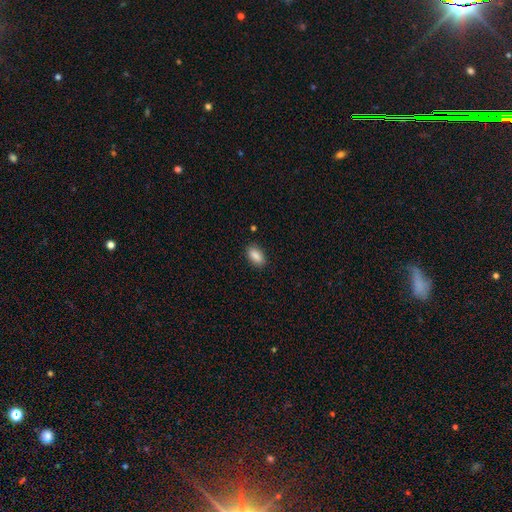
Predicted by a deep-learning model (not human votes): smooth-or-featured: smooth: 88% | star or artifact: 7% | featured or disk: 4%
  how-rounded: in between: 91% | cigar-shaped: 5% | round: 4%
  merging: none: 87% | minor disturbance: 10% | major disturbance: 2% | merger: 1%